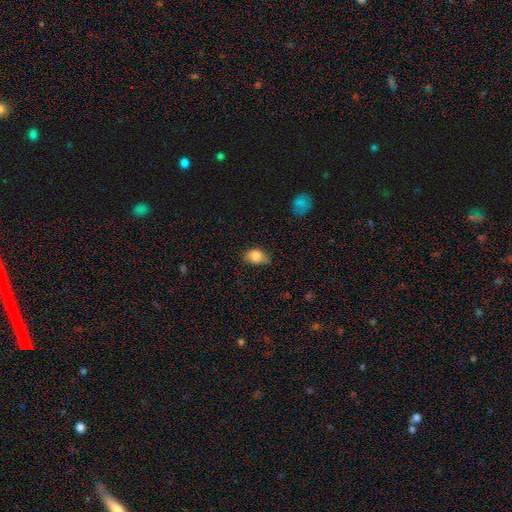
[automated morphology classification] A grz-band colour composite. It shows a smooth galaxy with no disk features (83%) that is in between round and cigar-shaped (65%). Merging: none (43%, tied with minor disturbance).